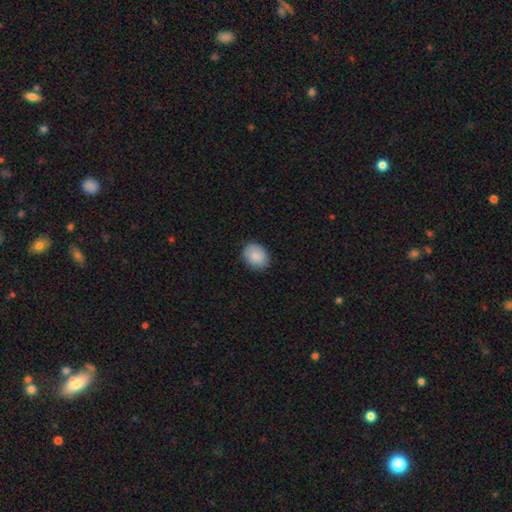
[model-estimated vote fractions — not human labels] Morphology: type=smooth (88%); roundness=in between (59%); merging=none (87%).